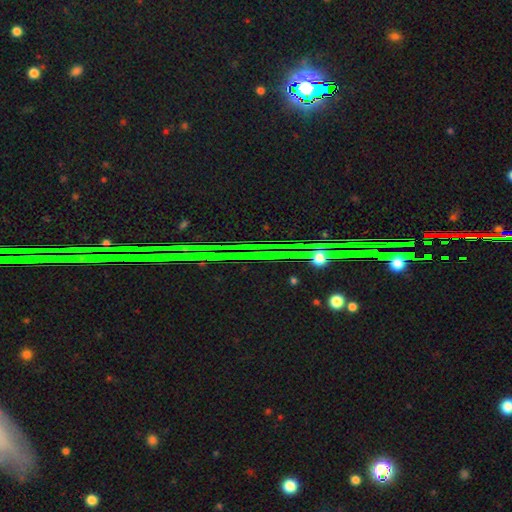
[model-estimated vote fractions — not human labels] The model was most divided on "smooth or featured": star or artifact: 85%, featured or disk: 8%, smooth: 7%.